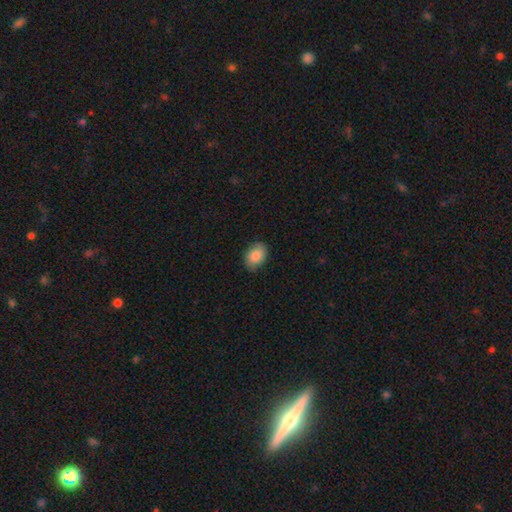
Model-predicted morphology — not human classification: type=smooth (86%); roundness=in between (76%); merging=none (83%).